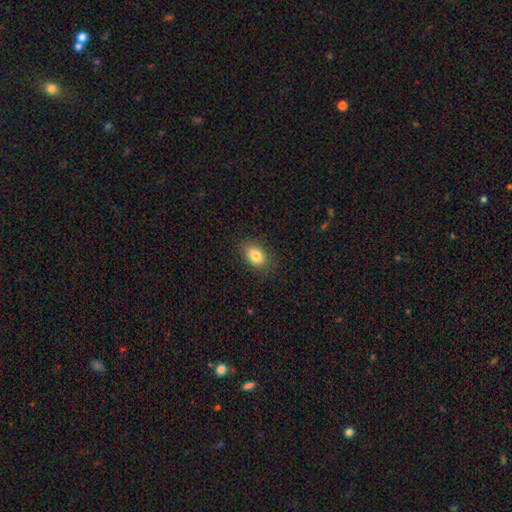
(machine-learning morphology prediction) Smooth or featured: smooth — 84% (star or artifact — 9%)
How rounded: in between — 82% (round — 16%)
Merging: none — 85% (minor disturbance — 11%)